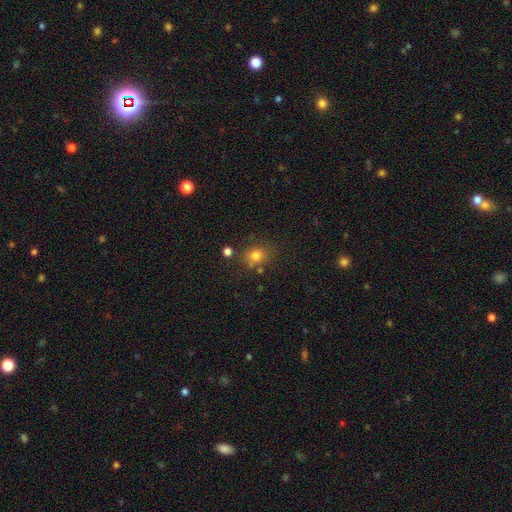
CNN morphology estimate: Overall: smooth (77%). How rounded: round (64%; in between 35%). Merging: none (73%).